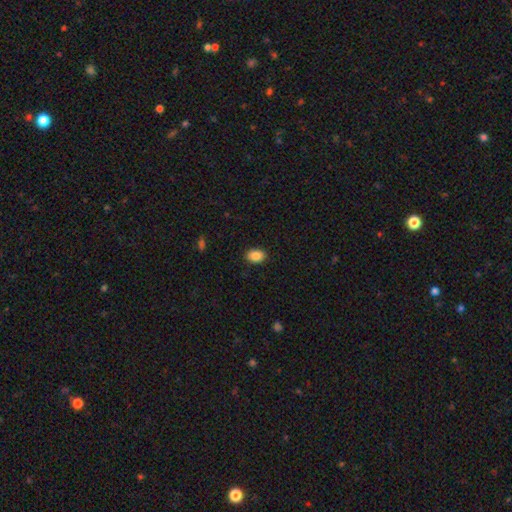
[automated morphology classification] smooth-or-featured: smooth: 88% | star or artifact: 8% | featured or disk: 4%
  how-rounded: in between: 82% | round: 17% | cigar-shaped: 1%
  merging: none: 89% | minor disturbance: 8% | major disturbance: 2% | merger: 1%